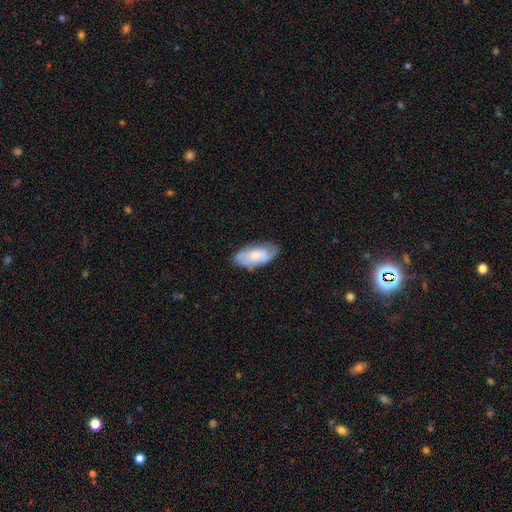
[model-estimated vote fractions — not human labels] smooth_or_featured: smooth (p=0.55) [alt: featured or disk p=0.38]
how_rounded: in between (p=0.91) [alt: cigar-shaped p=0.07]
merging: none (p=0.63) [alt: minor disturbance p=0.27]